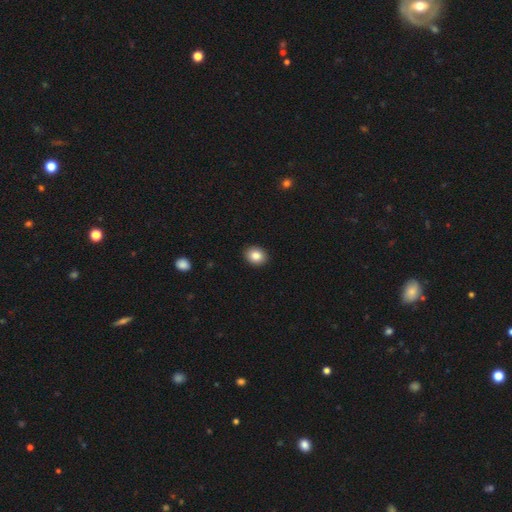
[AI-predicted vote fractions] A smooth galaxy with no disk features (85%) that is round (50%, tied with in between).

Vote fractions:
- Smooth or featured? smooth: 85% / star or artifact: 9% / featured or disk: 6%
- How rounded? round: 50% (tied) / in between: 50% (tied) / cigar-shaped: 1%
- Merging? none: 91% / minor disturbance: 6% / major disturbance: 2% / merger: 1%